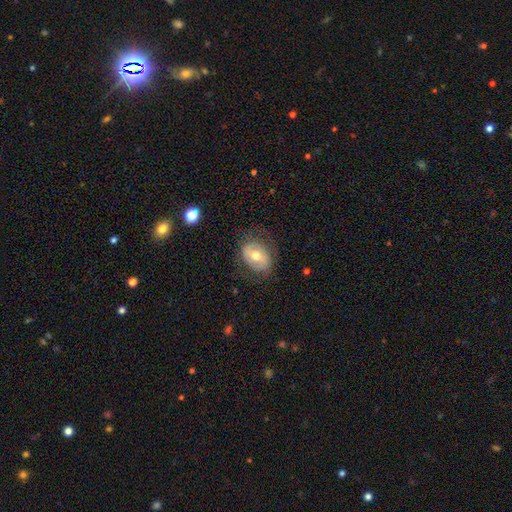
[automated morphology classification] featured or disk 49%, smooth 44%, star or artifact 7%. Down the decision tree: merging — none (73%).